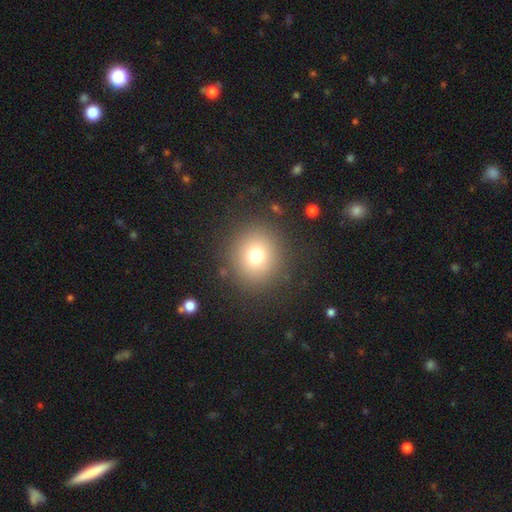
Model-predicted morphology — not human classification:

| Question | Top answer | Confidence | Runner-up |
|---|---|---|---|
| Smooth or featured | smooth | 74% | star or artifact (15%) |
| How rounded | round | 89% | in between (10%) |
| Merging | none | 87% | minor disturbance (7%) |